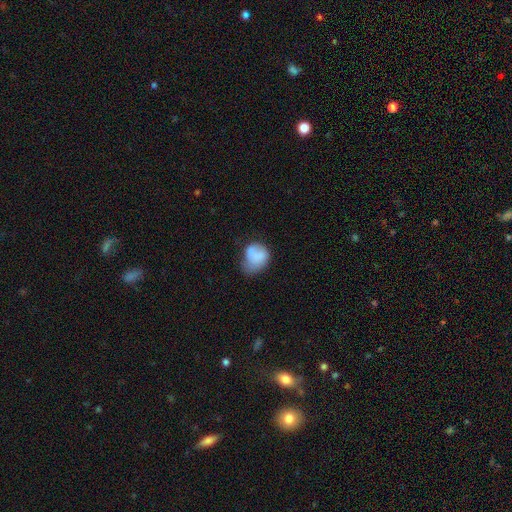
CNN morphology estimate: The model was most divided on "merging": minor disturbance: 39%, none: 35%, major disturbance: 22%, merger: 5%. More confident: smooth or featured — smooth (76%); how rounded — round (52%).